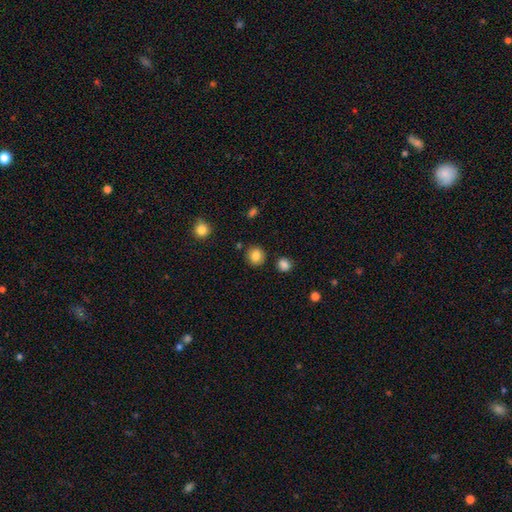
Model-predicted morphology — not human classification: Q: Smooth or featured?
A: smooth (84%); runner-up: star or artifact (10%)
Q: How rounded?
A: round (86%); runner-up: in between (13%)
Q: Merging?
A: none (86%); runner-up: minor disturbance (8%)